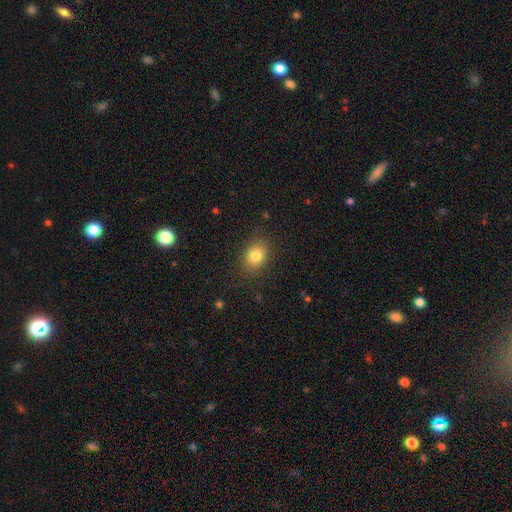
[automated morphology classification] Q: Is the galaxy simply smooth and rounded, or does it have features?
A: smooth — 81%.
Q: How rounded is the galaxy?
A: in between — 57%.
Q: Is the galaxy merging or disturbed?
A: none — 85%.